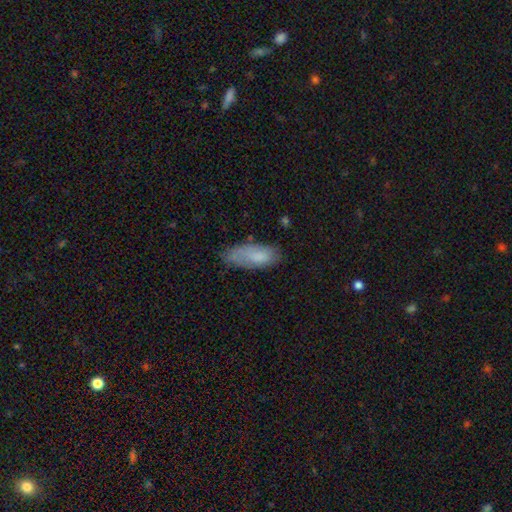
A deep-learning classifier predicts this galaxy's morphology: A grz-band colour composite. It shows a smooth galaxy with no disk features (77%) that is in between round and cigar-shaped (80%). Merging: none (55%).